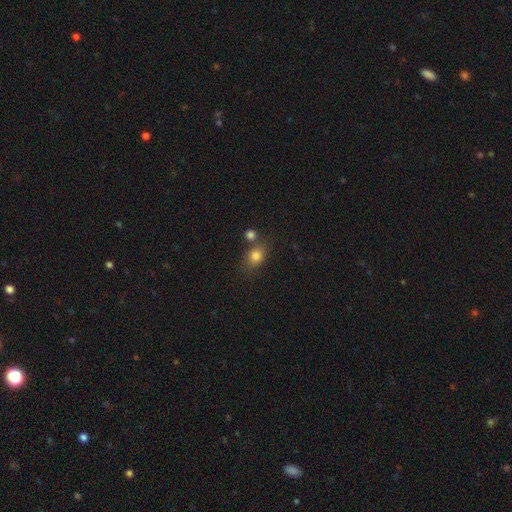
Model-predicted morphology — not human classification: This is clearly a smooth galaxy (81%). How rounded: possibly round (51%). Merging: possibly none (58%).